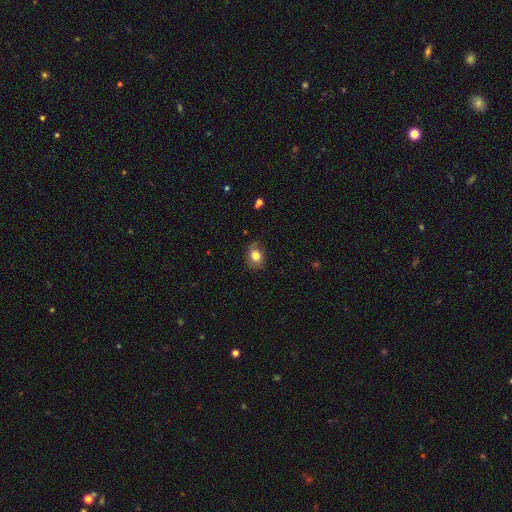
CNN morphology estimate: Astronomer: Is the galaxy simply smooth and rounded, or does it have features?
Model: smooth — 75%.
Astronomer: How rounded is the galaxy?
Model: in between — 52% (runner-up: round, 47%).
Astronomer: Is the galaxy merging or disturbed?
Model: none — 73%.